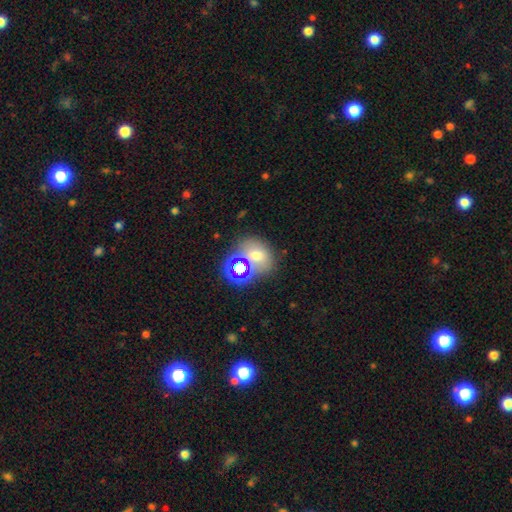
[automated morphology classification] Overall: smooth (56%; star or artifact 28%). How rounded: in between (52%; round 47%). Merging: none (53%; merger 27%).